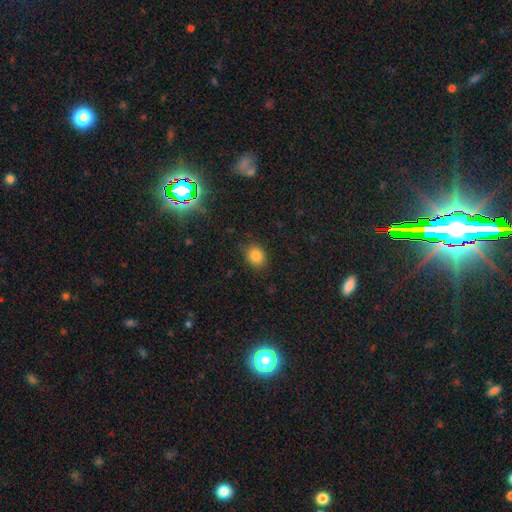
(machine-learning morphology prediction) This appears to be a smooth galaxy with no disk features (83%) that is in between round and cigar-shaped (57%). Merging: none (82%).